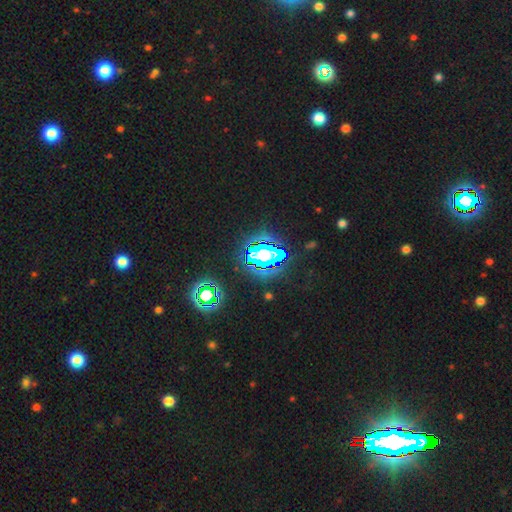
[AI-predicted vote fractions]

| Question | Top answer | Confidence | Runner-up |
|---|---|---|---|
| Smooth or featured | star or artifact | 81% | smooth (12%) |